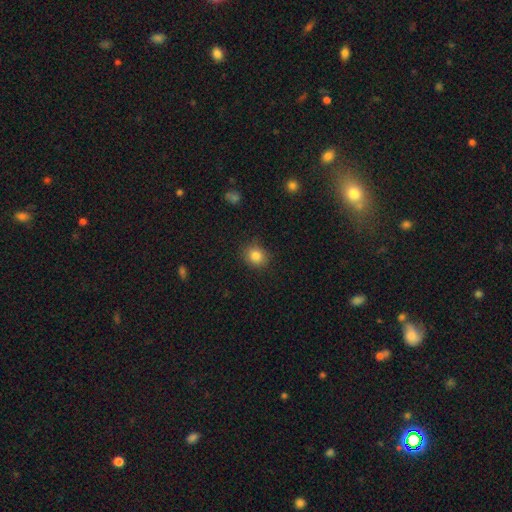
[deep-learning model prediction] Smooth or featured?
  - smooth: 83% *
  - star or artifact: 11%
  - featured or disk: 6%
How rounded?
  - round: 73% *
  - in between: 26%
  - cigar-shaped: 1%
Merging?
  - none: 86% *
  - minor disturbance: 10%
  - major disturbance: 3%
  - merger: 1%